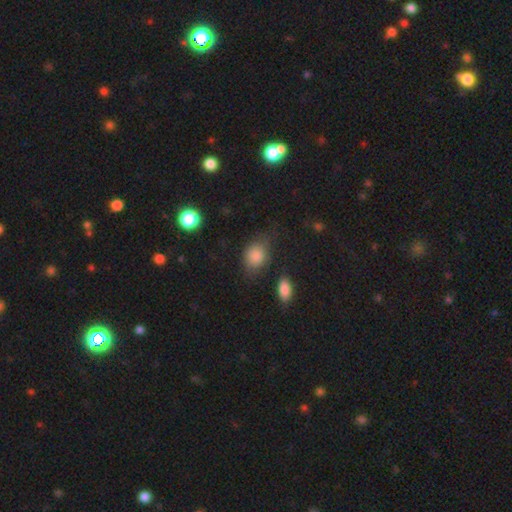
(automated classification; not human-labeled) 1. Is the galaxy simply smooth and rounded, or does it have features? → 83% smooth, 10% star or artifact, 7% featured or disk.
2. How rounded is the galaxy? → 58% in between, 40% round, 2% cigar-shaped.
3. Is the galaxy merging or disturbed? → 61% none, 26% minor disturbance, 9% major disturbance, 4% merger.